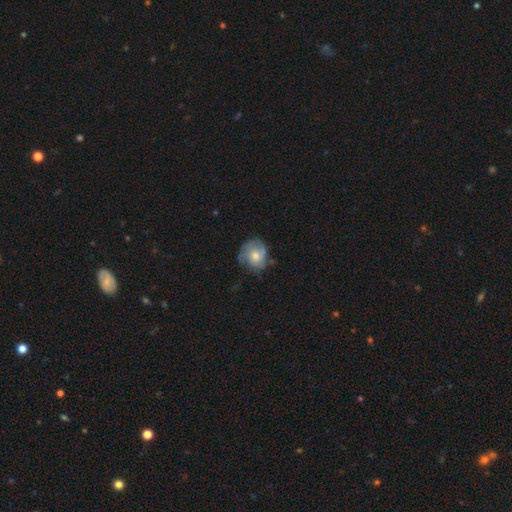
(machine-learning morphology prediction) Smooth or featured? smooth (49%)
Merging? none (57%)